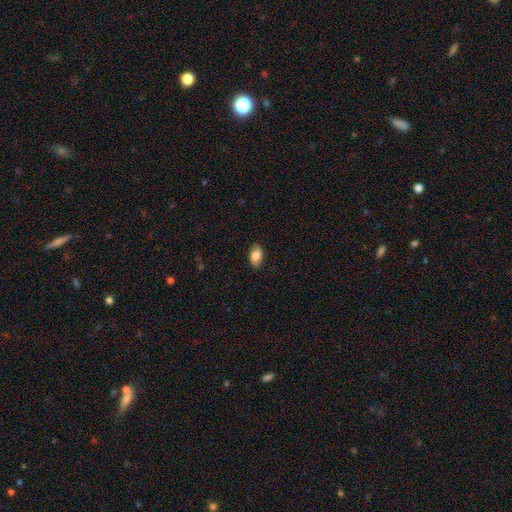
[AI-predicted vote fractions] Smooth or featured?
  - smooth: 76% *
  - featured or disk: 16%
  - star or artifact: 8%
How rounded?
  - in between: 91% *
  - round: 7%
  - cigar-shaped: 2%
Merging?
  - none: 84% *
  - minor disturbance: 12%
  - major disturbance: 3%
  - merger: 1%